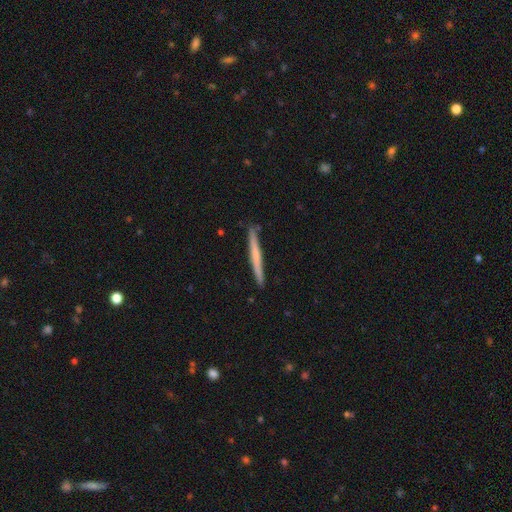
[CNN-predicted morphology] Smooth or featured? Predicted: smooth (p=0.52). How rounded? Predicted: cigar-shaped (p=0.97). Merging? Predicted: none (p=0.90).